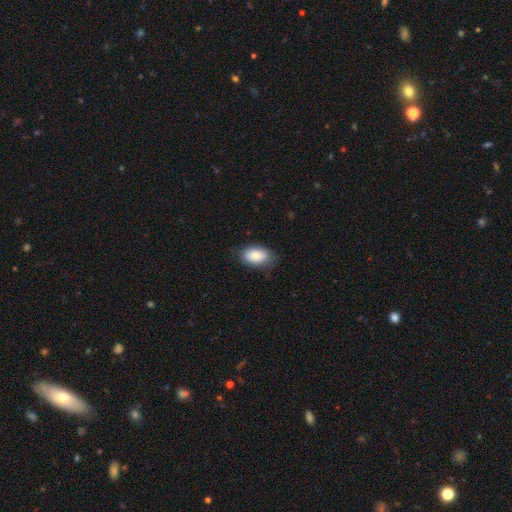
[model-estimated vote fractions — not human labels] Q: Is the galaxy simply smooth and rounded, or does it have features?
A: smooth — 82%.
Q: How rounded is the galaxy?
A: in between — 90%.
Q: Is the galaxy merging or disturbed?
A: none — 76%.